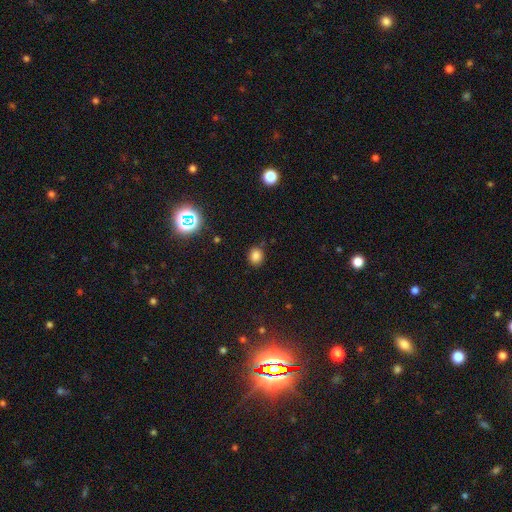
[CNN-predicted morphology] Smooth or featured: smooth — 80% (star or artifact — 15%)
How rounded: round — 72% (in between — 27%)
Merging: none — 83% (minor disturbance — 12%)